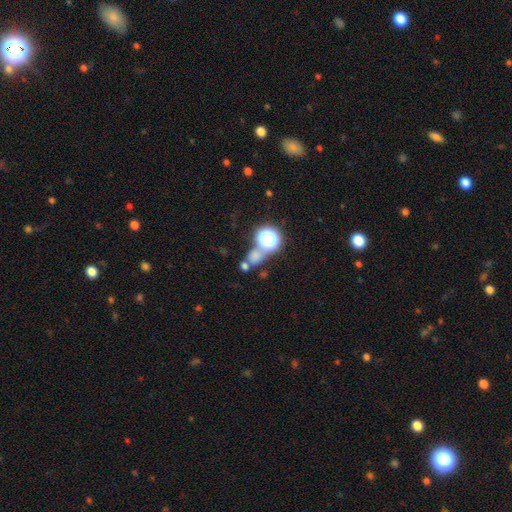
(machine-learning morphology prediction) This appears to be a smooth galaxy with no disk features (59%) that is round (71%). Merging: none (51%).